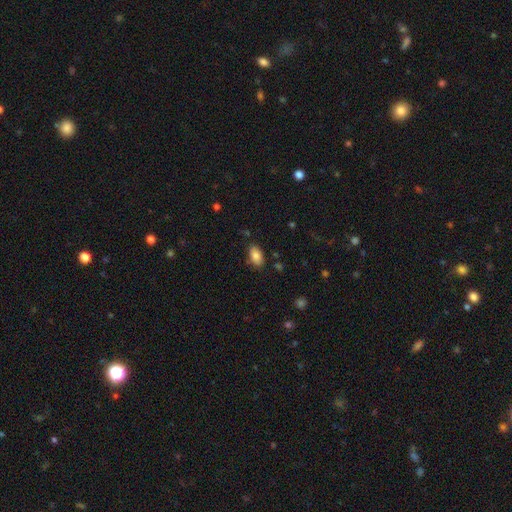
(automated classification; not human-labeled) smooth-or-featured: smooth: 84% | featured or disk: 8% | star or artifact: 8%
  how-rounded: in between: 93% | round: 4% | cigar-shaped: 3%
  merging: none: 82% | minor disturbance: 13% | major disturbance: 3% | merger: 2%